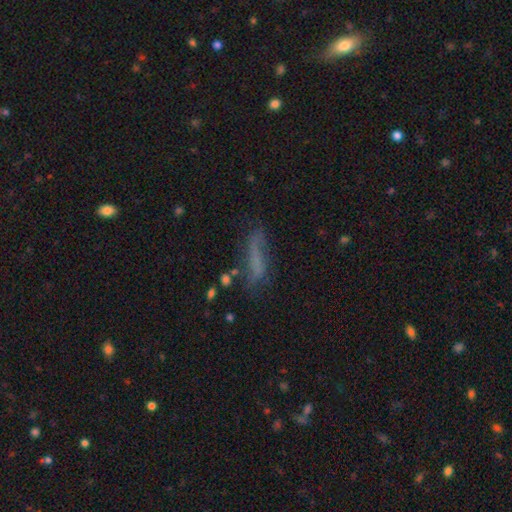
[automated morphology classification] Q: Smooth or featured?
A: smooth (53%); runner-up: featured or disk (31%)
Q: How rounded?
A: cigar-shaped (71%); runner-up: in between (26%)
Q: Merging?
A: none (56%); runner-up: minor disturbance (24%)